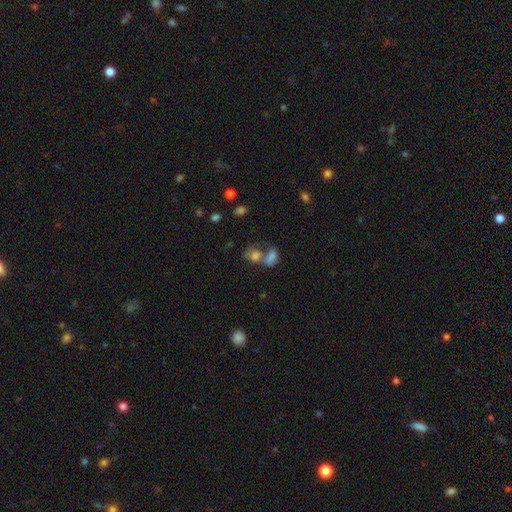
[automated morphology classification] Smooth or featured? Predicted: smooth (p=0.64). How rounded? Predicted: in between (p=0.55). Merging? Predicted: merger (p=0.54).